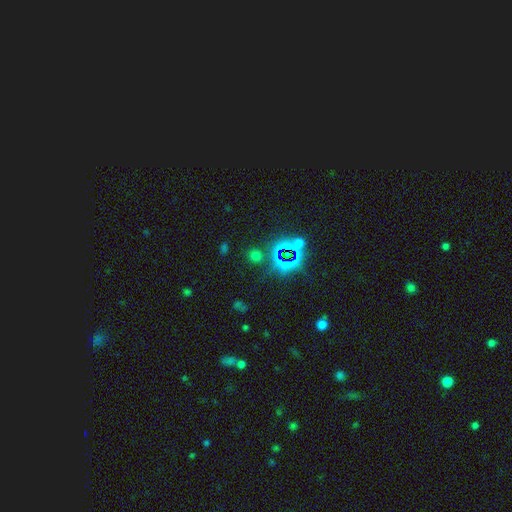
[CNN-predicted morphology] smooth 47%, star or artifact 46%, featured or disk 7%. Down the decision tree: merging — none (79%).